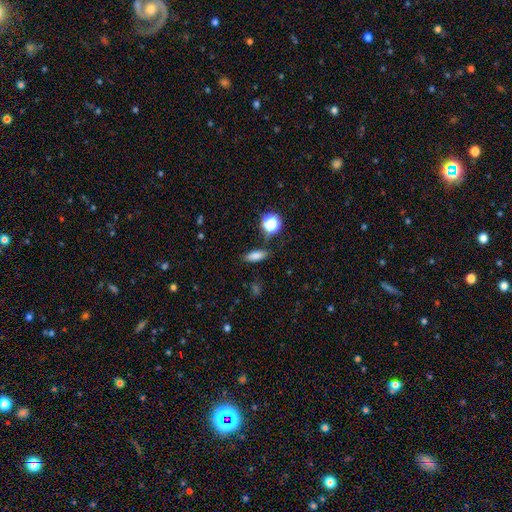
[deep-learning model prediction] Smooth or featured? smooth (79%)
How rounded? in between (64%)
Merging? none (83%)